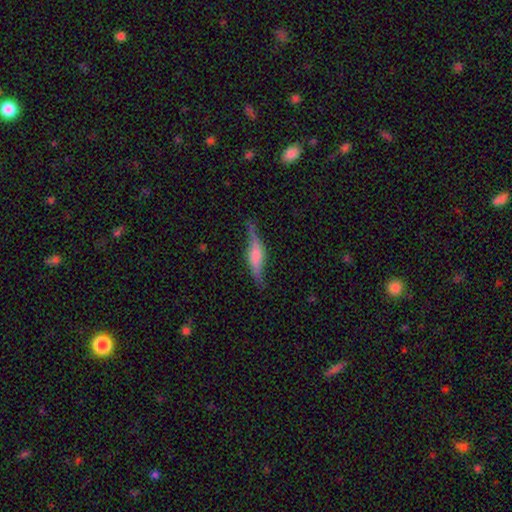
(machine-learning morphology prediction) smooth-or-featured: featured or disk: 60% | smooth: 33% | star or artifact: 7%
  disk-edge-on: yes: 84% | no: 16%
    edge-on-bulge: rounded: 52% | boxy: 37% | none: 11%
  merging: none: 70% | minor disturbance: 21% | major disturbance: 7% | merger: 2%